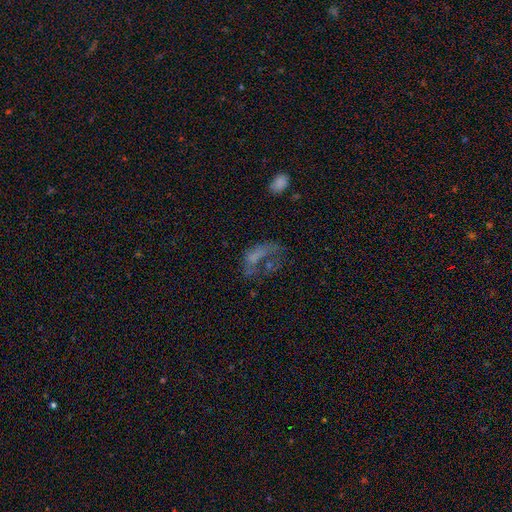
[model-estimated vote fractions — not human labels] The model was most divided on "smooth or featured": smooth: 41%, featured or disk: 40%, star or artifact: 20%. Remaining: merging — major disturbance (45%).